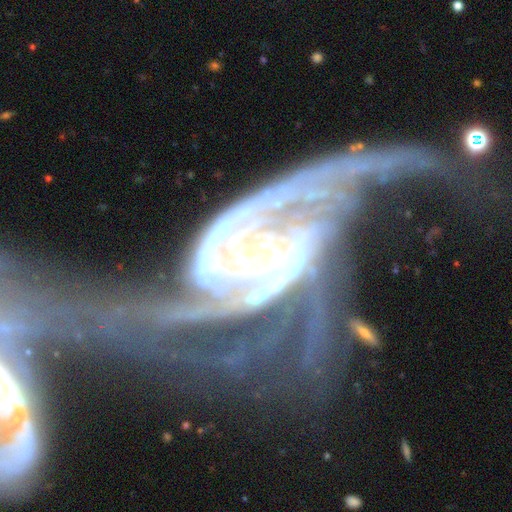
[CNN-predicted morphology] type=featured or disk (89%); edge-on=no (95%); bar=no (57%); spiral arms=yes (95%); winding=medium (36%); arm count=2 (37%); bulge=small (65%); merging=major disturbance (38%).